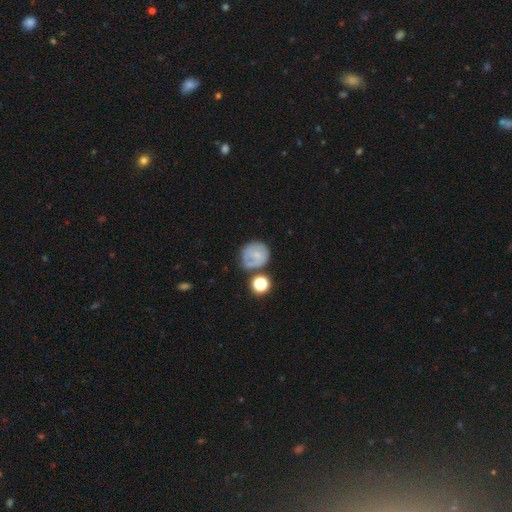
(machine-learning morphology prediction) smooth_or_featured: smooth (p=0.53) [alt: featured or disk p=0.36]
how_rounded: round (p=0.83) [alt: in between p=0.16]
merging: none (p=0.51) [alt: minor disturbance p=0.24]